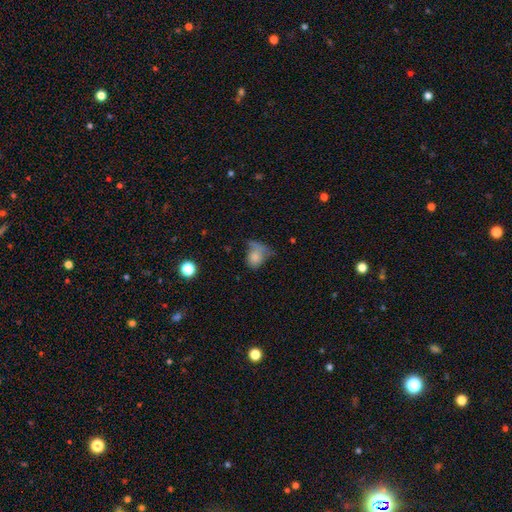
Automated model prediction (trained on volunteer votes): Smooth or featured? Predicted: smooth (p=0.73). How rounded? Predicted: in between (p=0.58). Merging? Predicted: major disturbance (p=0.31).